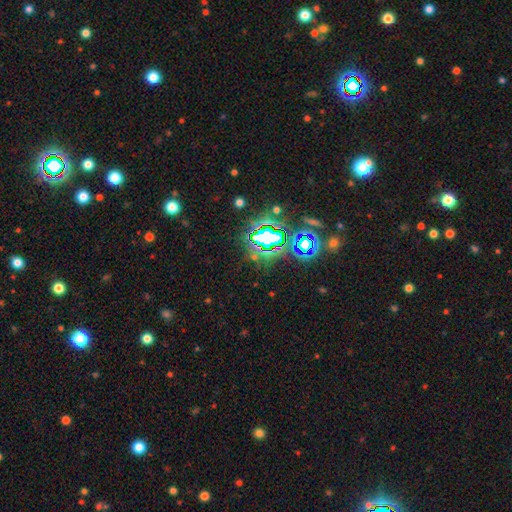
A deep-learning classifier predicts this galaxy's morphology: A star or artifact, not a galaxy (80%).

Vote fractions:
- Smooth or featured? star or artifact: 80% / smooth: 11% / featured or disk: 9%